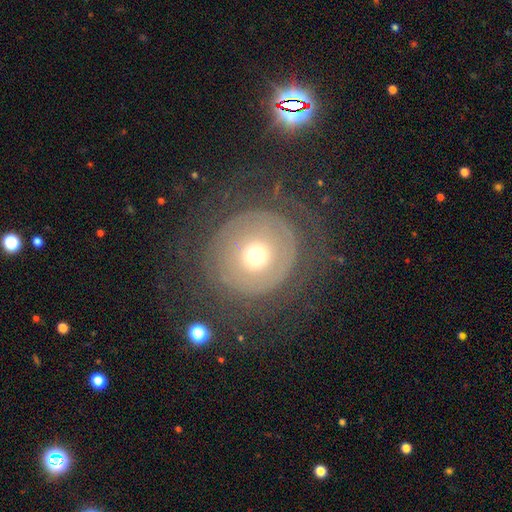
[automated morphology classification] A featured or disk galaxy (55%) with no bar (88%), no spiral arms (58%) and a moderate central bulge (55%).

Vote fractions:
- Smooth or featured? featured or disk: 55% / smooth: 35% / star or artifact: 10%
- Edge-on disk? no: 96% / yes: 4%
- Bar? no: 88% / weak: 9% / strong: 3%
- Spiral arms? no: 58% / yes: 42%
- Bulge size? moderate: 55% / small: 30% / large: 10% / dominant: 3% / none: 1%
- Merging? none: 62% / major disturbance: 21% / minor disturbance: 14% / merger: 2%